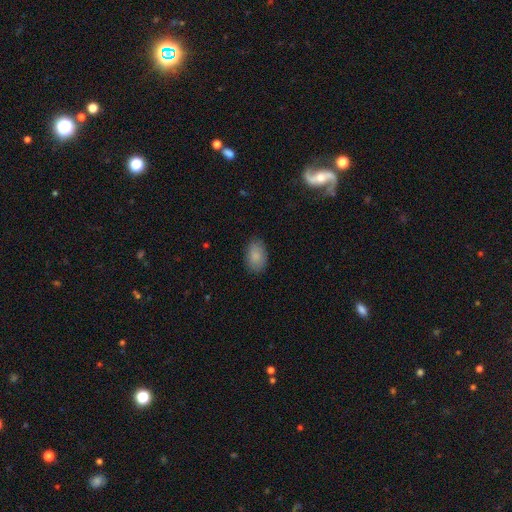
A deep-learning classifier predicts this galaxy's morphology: Overall: smooth (87%). How rounded: in between (89%). Merging: none (82%).